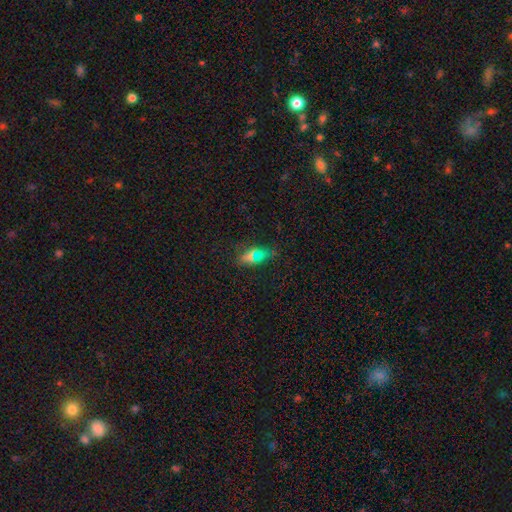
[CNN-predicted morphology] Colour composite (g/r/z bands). It shows a smooth galaxy with no disk features (59%) that is in between round and cigar-shaped (80%). Merging: none (74%).